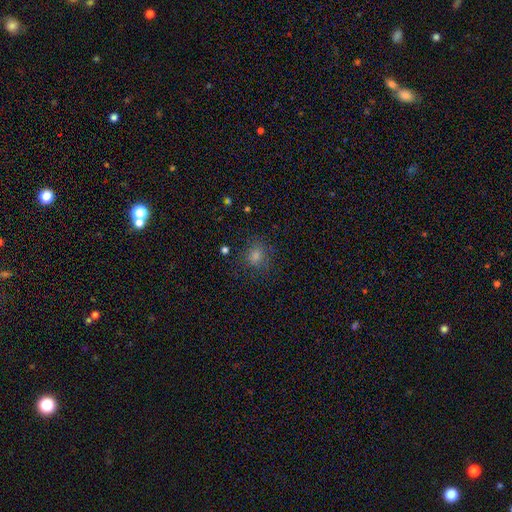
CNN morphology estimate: Smooth or featured? smooth (66%)
How rounded? round (81%)
Merging? none (80%)